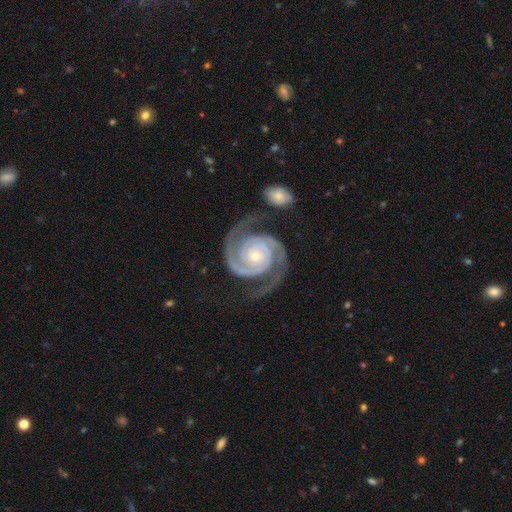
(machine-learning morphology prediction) Smooth or featured: featured or disk — 94% (star or artifact — 4%)
Edge-on disk: no — 98% (yes — 2%)
Bar: no — 73% (weak — 17%)
Spiral arms: yes — 99% (no — 1%)
Spiral winding: tight — 65% (medium — 31%)
Spiral arm count: 2 — 91% (3 — 3%)
Bulge size: small — 75% (moderate — 20%)
Merging: none — 72% (minor disturbance — 15%)